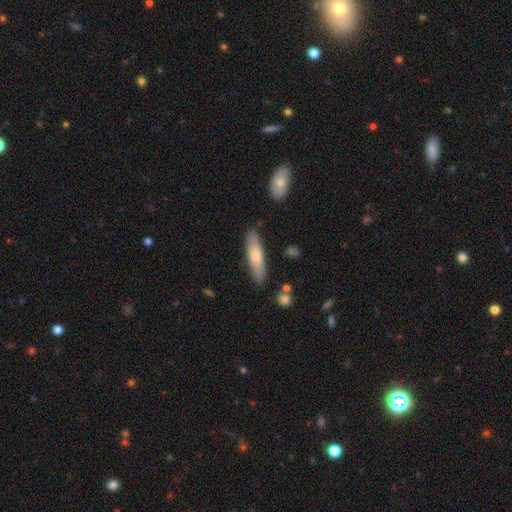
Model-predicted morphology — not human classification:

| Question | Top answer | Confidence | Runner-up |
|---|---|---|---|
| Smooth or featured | smooth | 67% | featured or disk (27%) |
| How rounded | cigar-shaped | 76% | in between (22%) |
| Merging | none | 84% | minor disturbance (11%) |